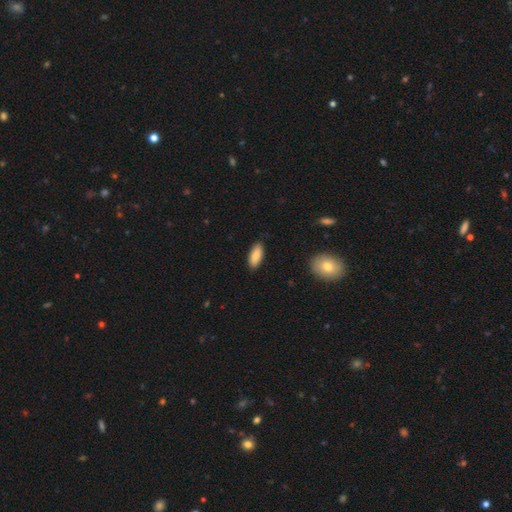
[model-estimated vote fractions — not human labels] This is clearly a smooth galaxy (86%). How rounded: clearly in between (80%). Merging: clearly none (87%).